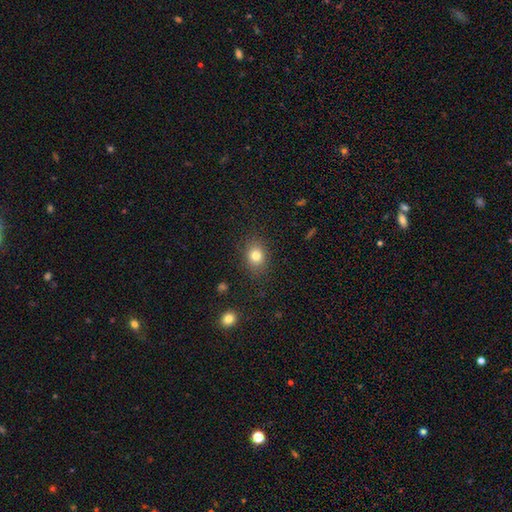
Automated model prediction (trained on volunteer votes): Overall: smooth (80%). How rounded: round (51%; in between 48%). Merging: none (85%).